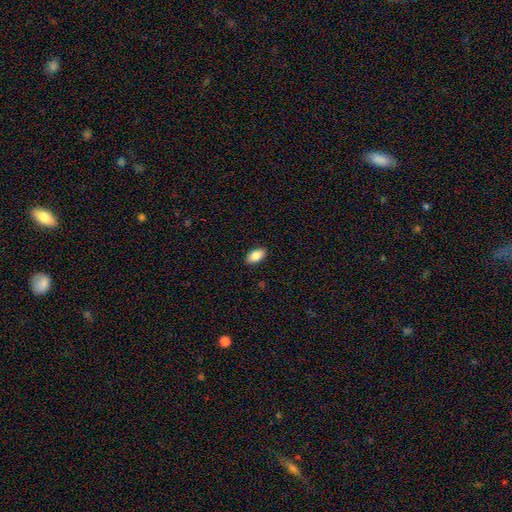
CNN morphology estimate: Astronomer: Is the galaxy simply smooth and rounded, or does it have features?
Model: smooth — 86%.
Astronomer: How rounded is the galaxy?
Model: in between — 92%.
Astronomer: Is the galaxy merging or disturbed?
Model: none — 89%.